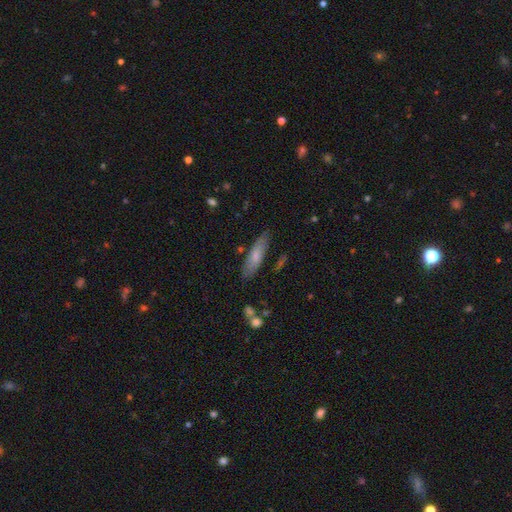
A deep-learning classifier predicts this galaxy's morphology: Smooth or featured?
  - smooth: 70% *
  - featured or disk: 24%
  - star or artifact: 6%
How rounded?
  - cigar-shaped: 57% *
  - in between: 41%
  - round: 2%
Merging?
  - none: 79% *
  - minor disturbance: 15%
  - major disturbance: 3%
  - merger: 3%